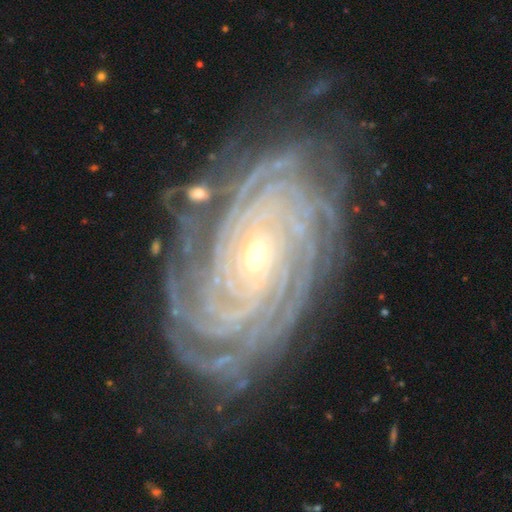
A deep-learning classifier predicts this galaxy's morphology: The model was most divided on "spiral arm count": more than 4: 33%, 4: 21%, can't tell: 18%, 3: 11%, 2: 9%, 1: 8%. More confident: spiral arms — yes (98%); edge-on disk — no (96%); smooth or featured — featured or disk (92%); spiral winding — tight (87%); merging — none (79%); bulge size — small (69%); bar — no (61%).